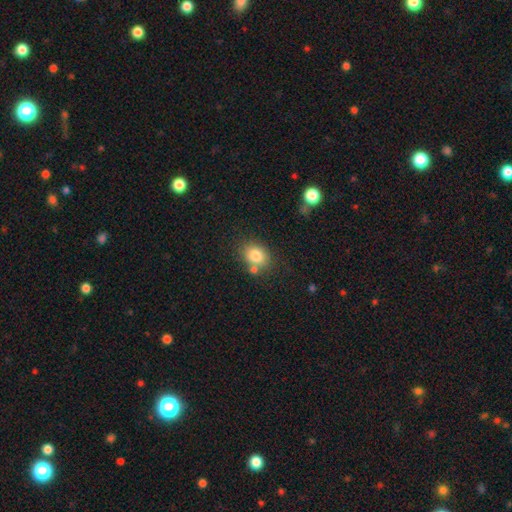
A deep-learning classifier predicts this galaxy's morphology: This appears to be a smooth galaxy with no disk features (82%) that is in between round and cigar-shaped (57%). Merging: none (67%).